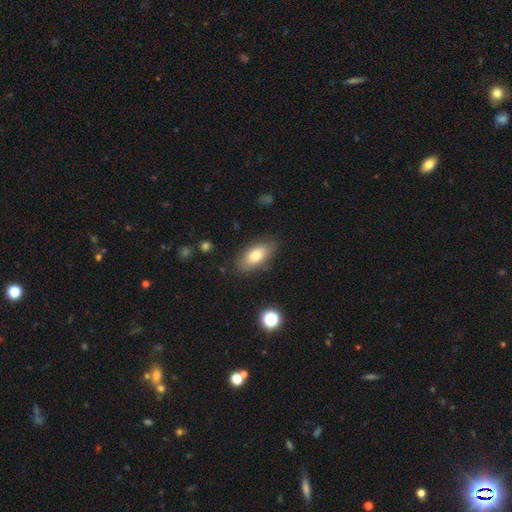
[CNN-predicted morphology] This is likely a smooth galaxy (74%). How rounded: clearly in between (88%). Merging: clearly none (83%).